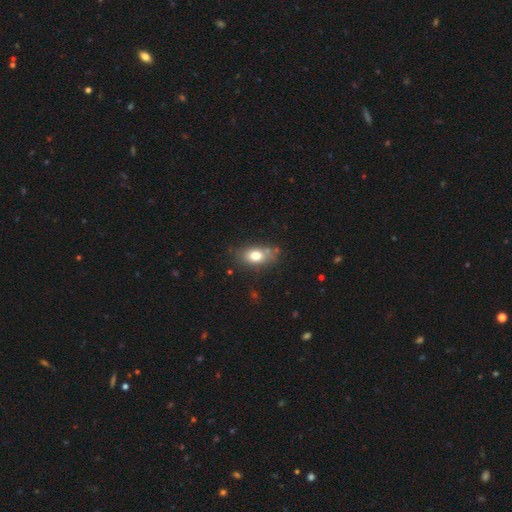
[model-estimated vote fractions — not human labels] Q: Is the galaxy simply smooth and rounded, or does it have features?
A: smooth — 76%.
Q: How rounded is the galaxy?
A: in between — 81%.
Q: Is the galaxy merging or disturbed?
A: none — 72%.